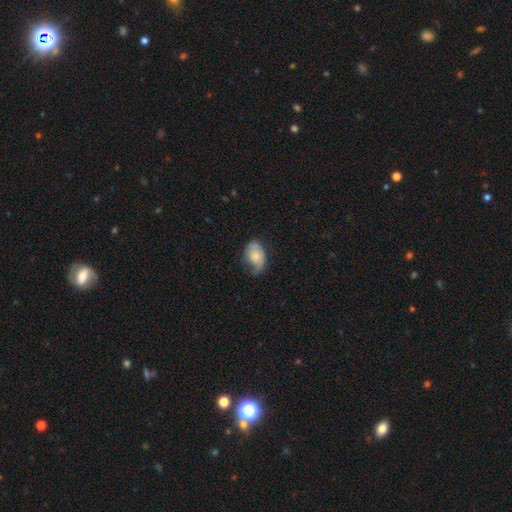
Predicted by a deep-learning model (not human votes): Q: Smooth or featured?
A: smooth (59%); runner-up: featured or disk (34%)
Q: How rounded?
A: in between (85%); runner-up: round (13%)
Q: Merging?
A: none (43%); runner-up: minor disturbance (37%)